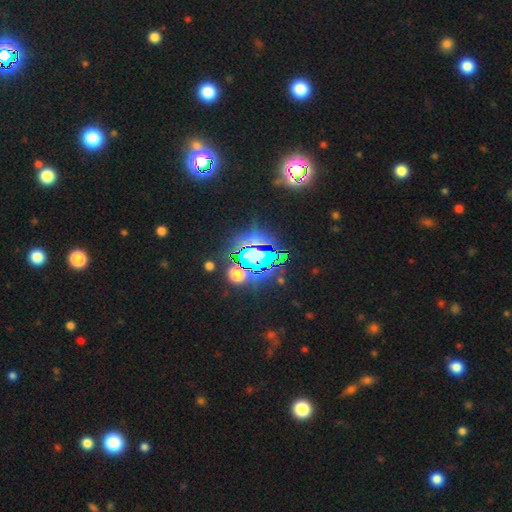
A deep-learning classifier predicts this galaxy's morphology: type=star or artifact (70%).